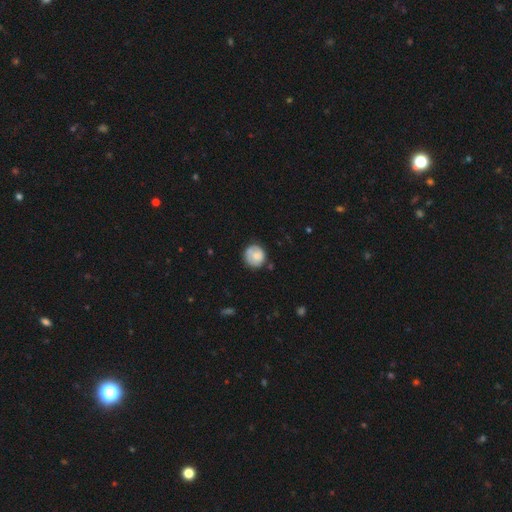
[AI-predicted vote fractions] The model was most divided on "smooth or featured": smooth: 70%, featured or disk: 23%, star or artifact: 7%. More confident: how rounded — round (90%); merging — none (70%).